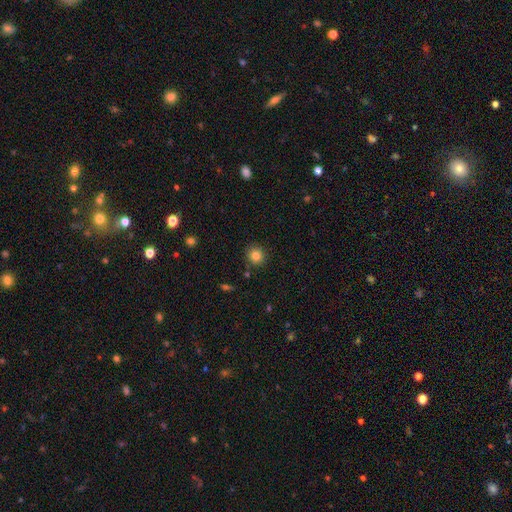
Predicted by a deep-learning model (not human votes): A smooth galaxy with no disk features (82%) that is round (91%).

Vote fractions:
- Smooth or featured? smooth: 82% / star or artifact: 11% / featured or disk: 7%
- How rounded? round: 91% / in between: 8% / cigar-shaped: 1%
- Merging? none: 88% / minor disturbance: 7% / merger: 2% / major disturbance: 2%